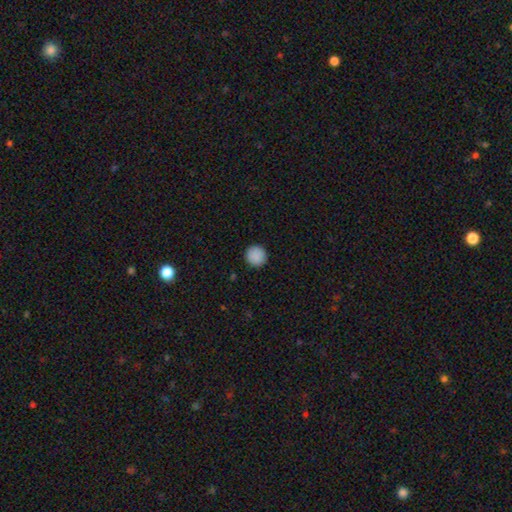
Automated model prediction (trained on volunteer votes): A smooth galaxy with no disk features (89%) that is round (95%). Merging: none (93%).